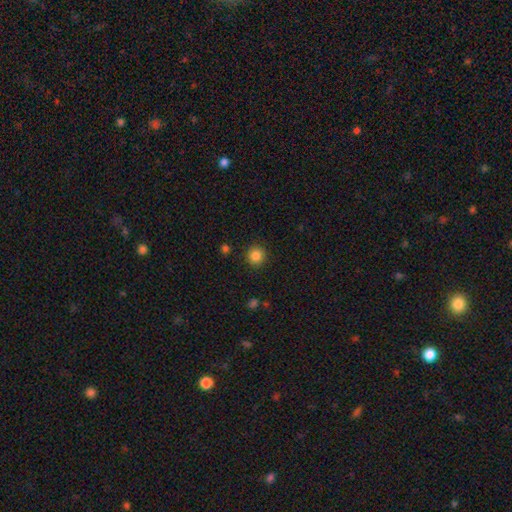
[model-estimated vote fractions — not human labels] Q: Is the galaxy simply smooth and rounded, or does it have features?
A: smooth — 85%.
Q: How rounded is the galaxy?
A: round — 94%.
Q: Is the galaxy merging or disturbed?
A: none — 91%.